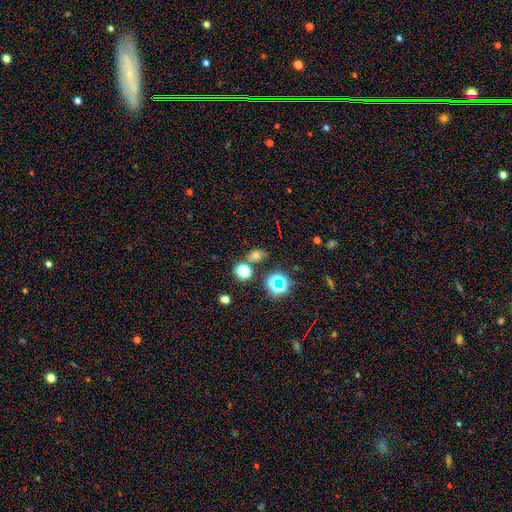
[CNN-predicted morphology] Smooth or featured?
  - smooth: 56% *
  - star or artifact: 35%
  - featured or disk: 9%
How rounded?
  - round: 54% *
  - in between: 44%
  - cigar-shaped: 2%
Merging?
  - none: 71% *
  - merger: 14%
  - minor disturbance: 11%
  - major disturbance: 4%